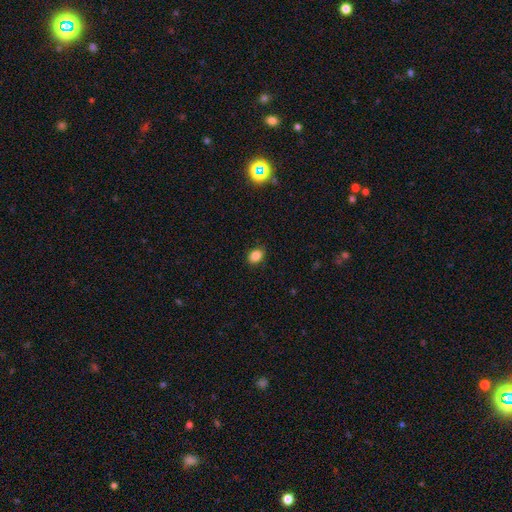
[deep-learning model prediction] Smooth or featured? Predicted: smooth (p=0.87). How rounded? Predicted: in between (p=0.69). Merging? Predicted: none (p=0.87).